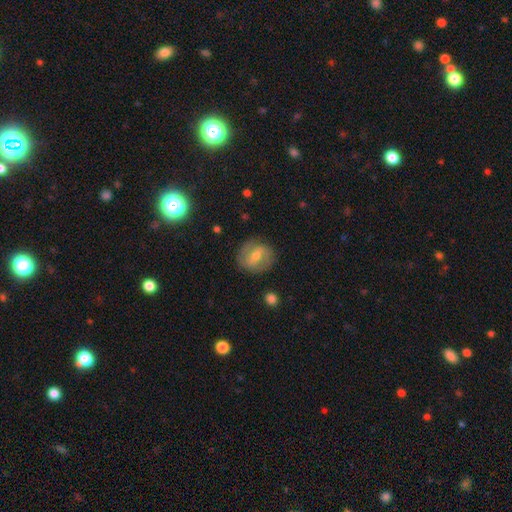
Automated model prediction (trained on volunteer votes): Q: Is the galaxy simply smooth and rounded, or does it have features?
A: featured or disk — 49%.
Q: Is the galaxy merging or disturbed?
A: none — 83%.